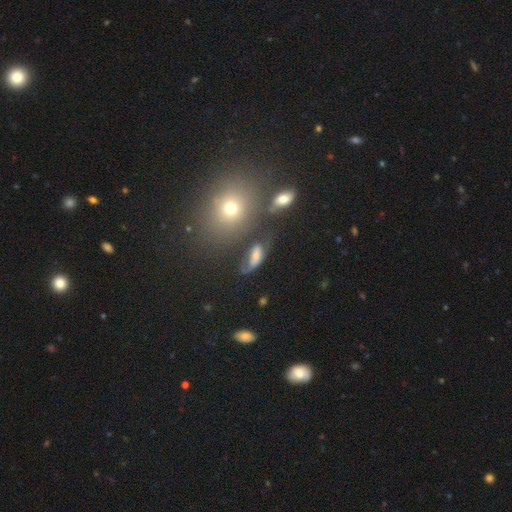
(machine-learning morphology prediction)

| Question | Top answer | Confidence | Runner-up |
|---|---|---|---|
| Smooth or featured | smooth | 57% | featured or disk (29%) |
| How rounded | in between | 77% | cigar-shaped (14%) |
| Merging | none | 41% | minor disturbance (24%) |